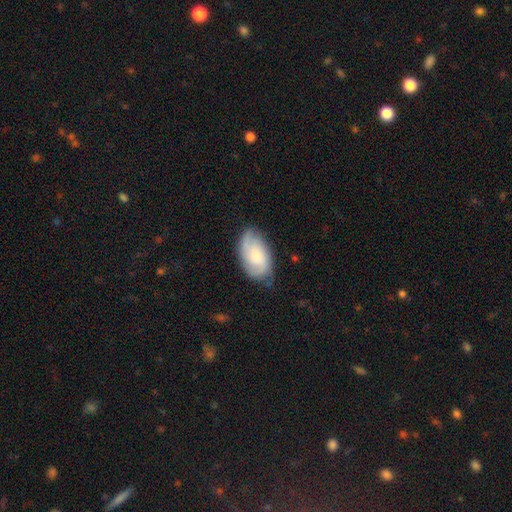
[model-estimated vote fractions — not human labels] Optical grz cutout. It shows a smooth galaxy with no disk features (47%). Merging: none (68%).